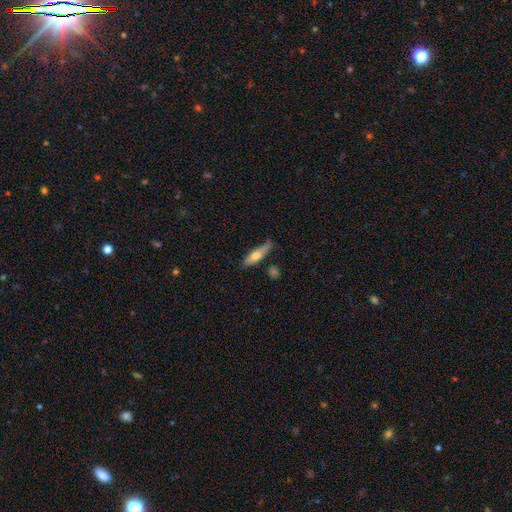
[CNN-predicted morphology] smooth-or-featured: smooth: 65% | featured or disk: 29% | star or artifact: 6%
  how-rounded: cigar-shaped: 59% | in between: 38% | round: 2%
  merging: none: 56% | minor disturbance: 29% | major disturbance: 8% | merger: 6%